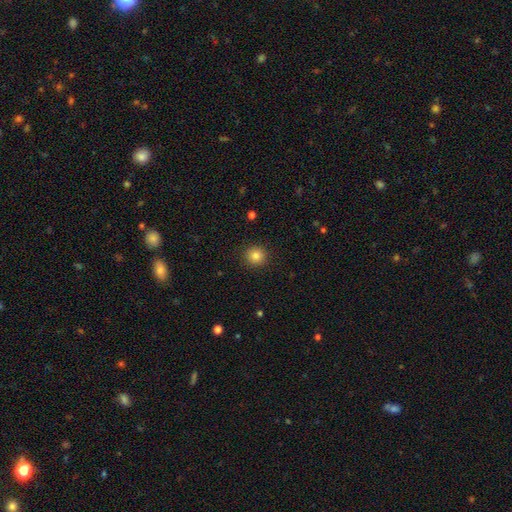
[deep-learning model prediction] Smooth or featured? smooth (84%)
How rounded? round (93%)
Merging? none (91%)